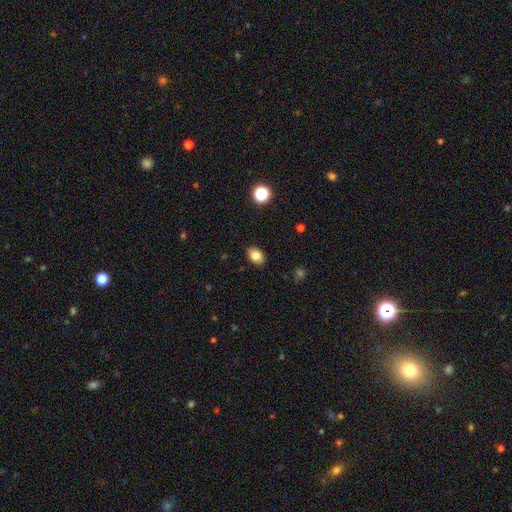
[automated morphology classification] Overall: smooth (82%). How rounded: in between (80%). Merging: none (87%).